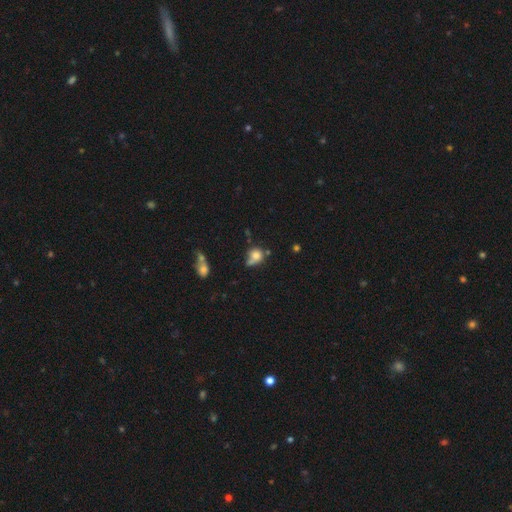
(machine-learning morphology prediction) This appears to be a smooth galaxy with no disk features (73%) that is round (68%). Merging: none (37%).